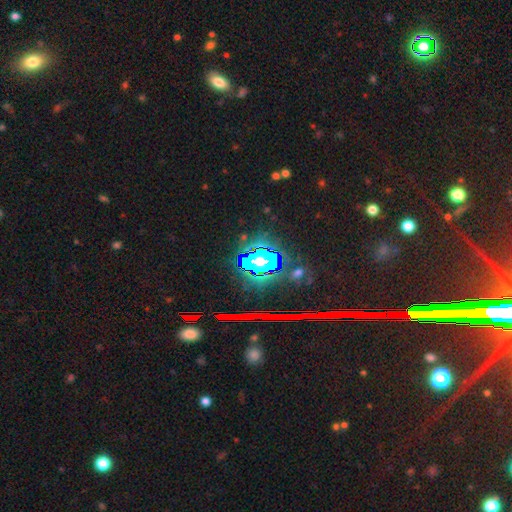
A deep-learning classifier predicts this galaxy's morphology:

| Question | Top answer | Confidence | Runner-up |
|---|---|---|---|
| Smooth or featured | star or artifact | 83% | smooth (9%) |